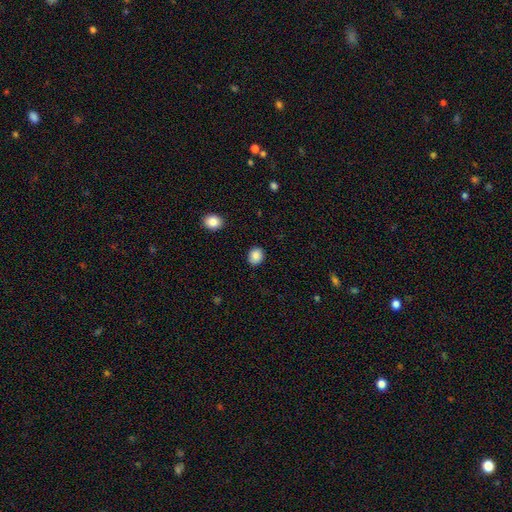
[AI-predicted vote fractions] smooth 88%, star or artifact 9%, featured or disk 3%. Down the decision tree: how rounded — round (67%); merging — none (88%).